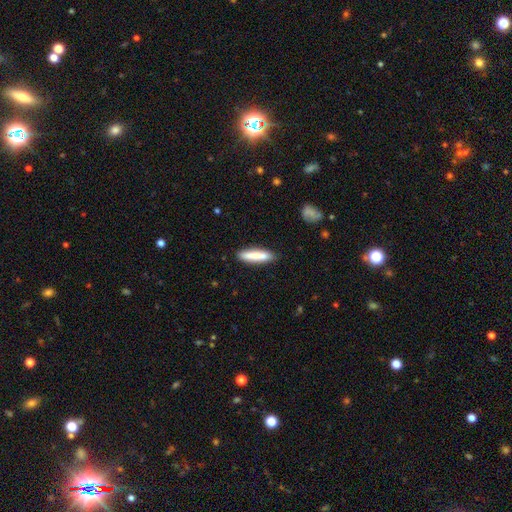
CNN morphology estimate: smooth 82%, featured or disk 12%, star or artifact 6%. Down the decision tree: how rounded — cigar-shaped (83%); merging — none (87%).